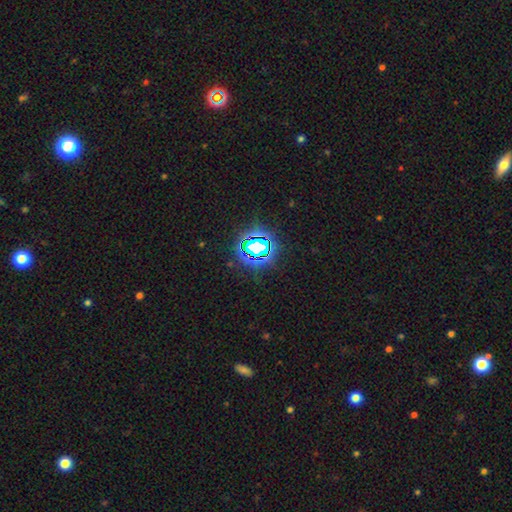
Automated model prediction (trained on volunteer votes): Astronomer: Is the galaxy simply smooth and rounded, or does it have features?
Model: star or artifact — 81%.